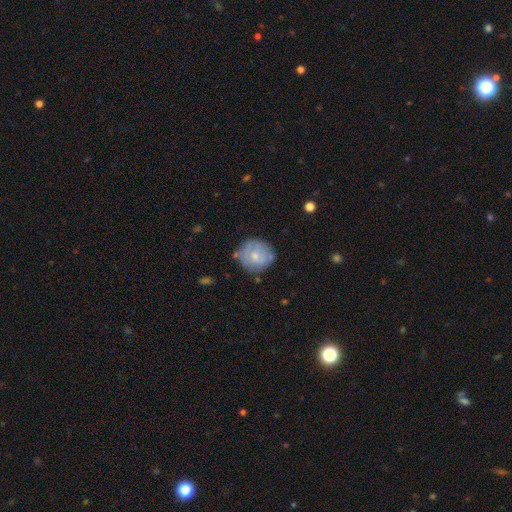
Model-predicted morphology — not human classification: A smooth galaxy with no disk features (64%) that is round (85%).

Vote fractions:
- Smooth or featured? smooth: 64% / featured or disk: 29% / star or artifact: 7%
- How rounded? round: 85% / in between: 14% / cigar-shaped: 1%
- Merging? none: 70% / minor disturbance: 21% / major disturbance: 5% / merger: 4%